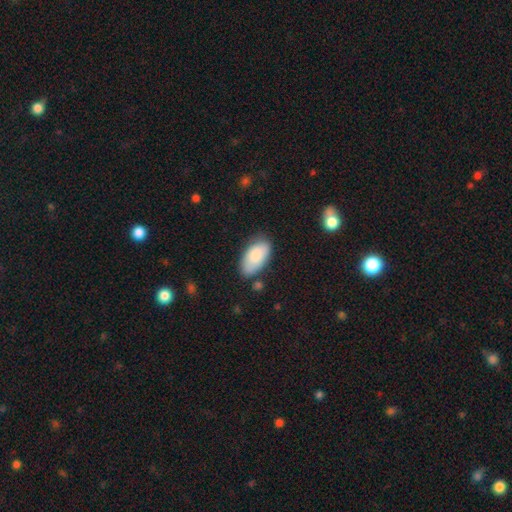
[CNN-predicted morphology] Q: Smooth or featured?
A: smooth (82%); runner-up: featured or disk (12%)
Q: How rounded?
A: in between (95%); runner-up: round (3%)
Q: Merging?
A: none (72%); runner-up: minor disturbance (20%)